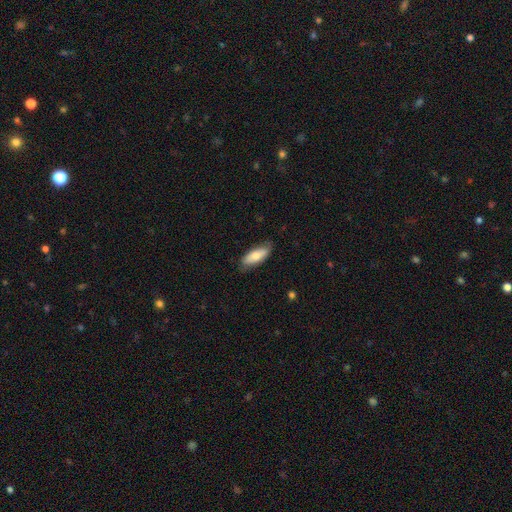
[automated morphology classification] smooth 74%, featured or disk 20%, star or artifact 6%. Down the decision tree: how rounded — in between (72%); merging — none (78%).